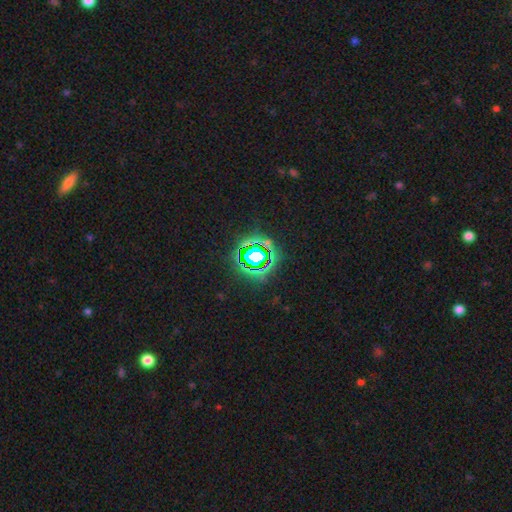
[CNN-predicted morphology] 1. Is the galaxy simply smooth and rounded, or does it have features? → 71% star or artifact, 16% smooth, 13% featured or disk.